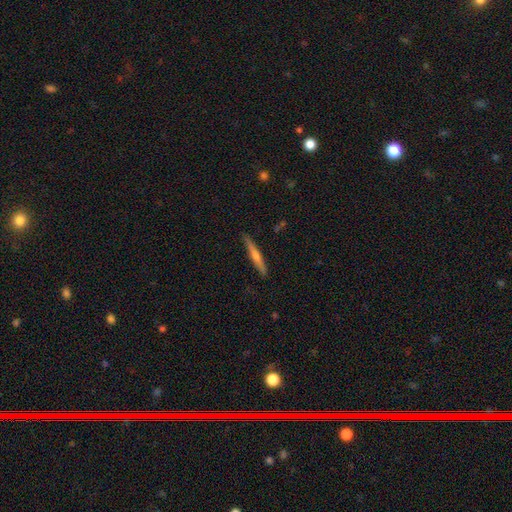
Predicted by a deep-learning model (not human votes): This is possibly a featured or disk galaxy (51%). It is clearly viewed edge-on (97%). Merging: clearly none (88%).